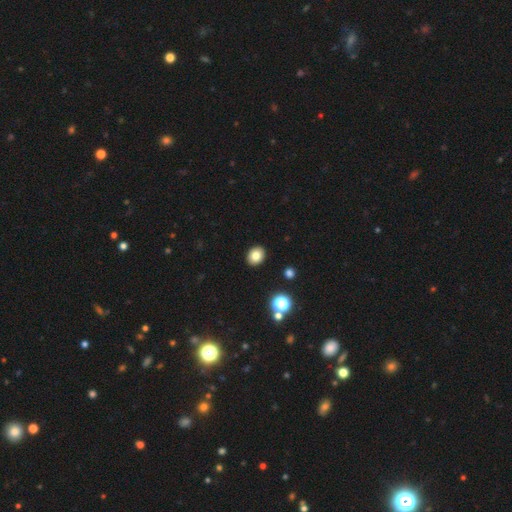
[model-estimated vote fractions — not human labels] Morphology: type=smooth (82%); roundness=round (52%); merging=none (91%).